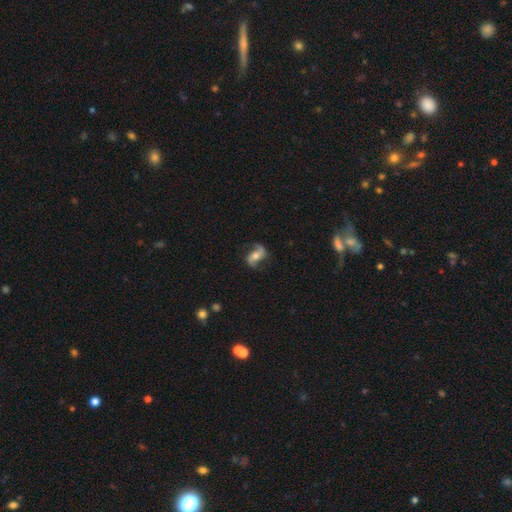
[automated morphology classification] smooth_or_featured: featured or disk (p=0.83) [alt: smooth p=0.11]
disk_edge_on: no (p=0.96) [alt: yes p=0.04]
bar: no (p=0.42) [alt: weak p=0.35]
has_spiral_arms: yes (p=0.96) [alt: no p=0.04]
spiral_winding: loose (p=0.62) [alt: medium p=0.30]
spiral_arm_count: 2 (p=0.92) [alt: 1 p=0.03]
bulge_size: moderate (p=0.61) [alt: small p=0.28]
merging: none (p=0.78) [alt: minor disturbance p=0.14]